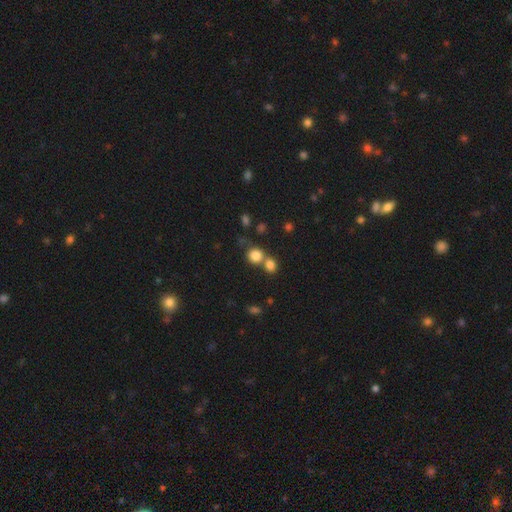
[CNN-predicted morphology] type=smooth (81%); roundness=round (84%); merging=none (45%).